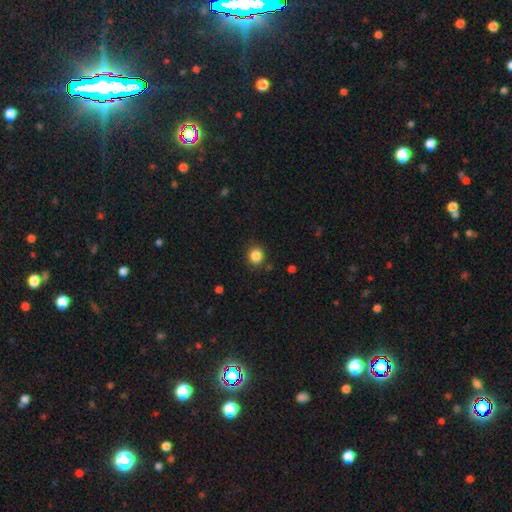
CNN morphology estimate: Smooth or featured? smooth (85%)
How rounded? round (82%)
Merging? none (87%)